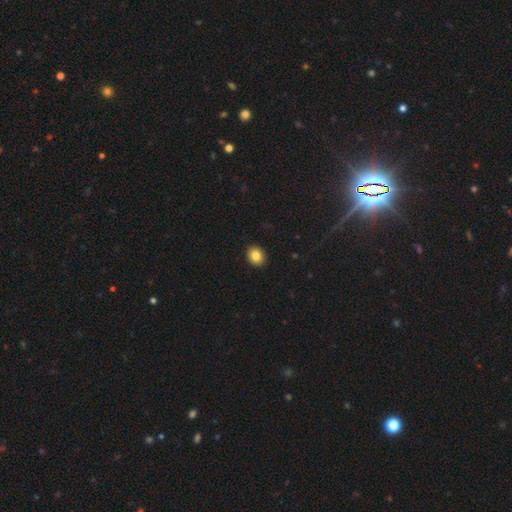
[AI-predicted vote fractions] This is clearly a smooth galaxy (84%). How rounded: likely round (62%). Merging: clearly none (92%).